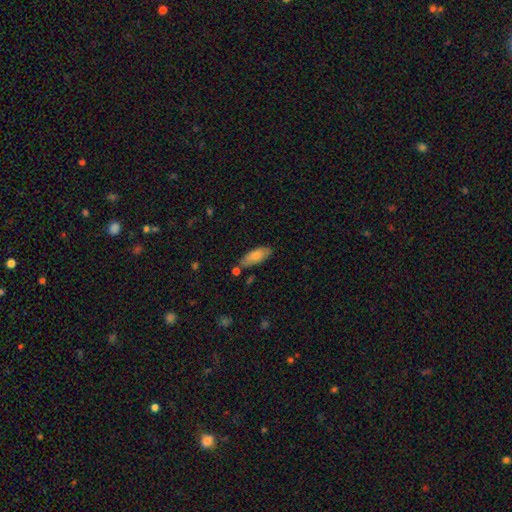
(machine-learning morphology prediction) smooth-or-featured: smooth: 77% | featured or disk: 17% | star or artifact: 6%
  how-rounded: in between: 81% | cigar-shaped: 17% | round: 2%
  merging: none: 74% | minor disturbance: 16% | merger: 6% | major disturbance: 3%